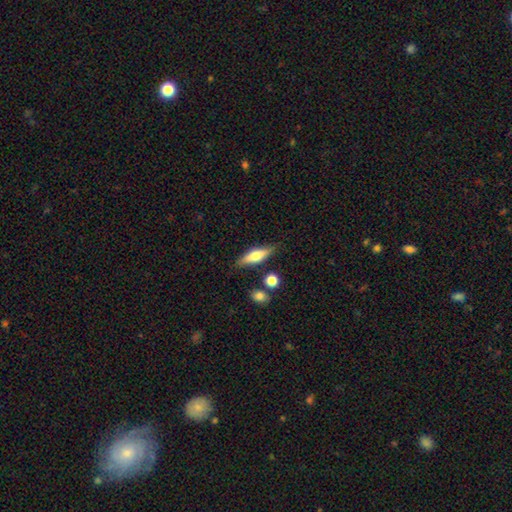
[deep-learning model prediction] This appears to be a smooth galaxy with no disk features (55%) that is cigar-shaped (50%). Merging: none (79%).